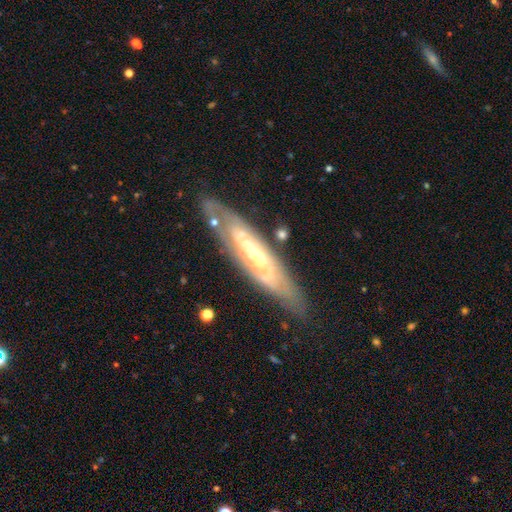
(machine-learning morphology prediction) Smooth or featured: featured or disk — 79% (smooth — 15%)
Edge-on disk: no — 69% (yes — 31%)
Bar: no — 45% (weak — 36%)
Spiral arms: yes — 85% (no — 15%)
Bulge size: small — 47% (moderate — 39%)
Merging: none — 74% (minor disturbance — 17%)